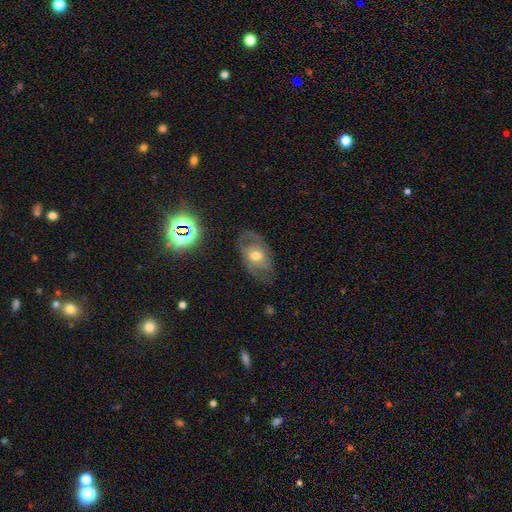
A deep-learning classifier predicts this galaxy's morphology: Overall: featured or disk (64%; smooth 26%). Edge-on disk: no (93%). Bar: no (65%; weak 27%). Spiral arms: yes (75%). Bulge size: moderate (68%). Merging: none (69%).